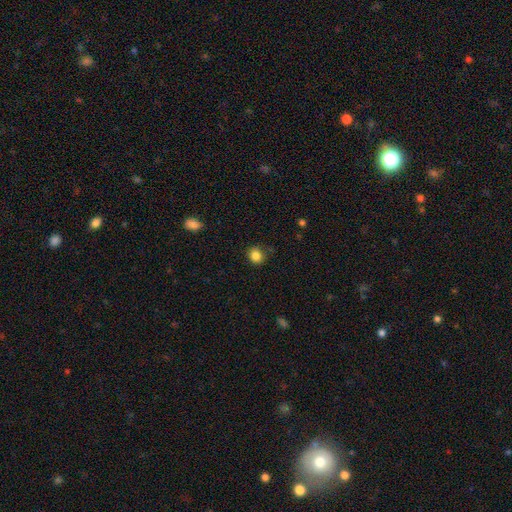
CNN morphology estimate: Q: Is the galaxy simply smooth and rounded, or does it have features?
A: smooth — 85%.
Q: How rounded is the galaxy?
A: round — 81%.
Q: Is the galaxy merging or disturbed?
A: none — 83%.